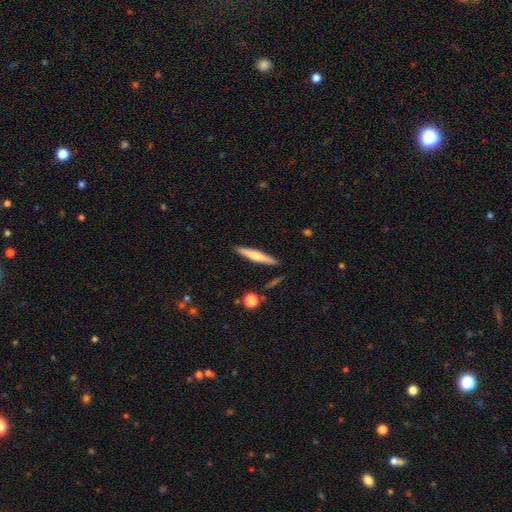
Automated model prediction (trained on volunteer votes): The model was most divided on "smooth or featured": smooth: 51%, featured or disk: 43%, star or artifact: 6%. More confident: how rounded — cigar-shaped (92%); merging — none (89%).